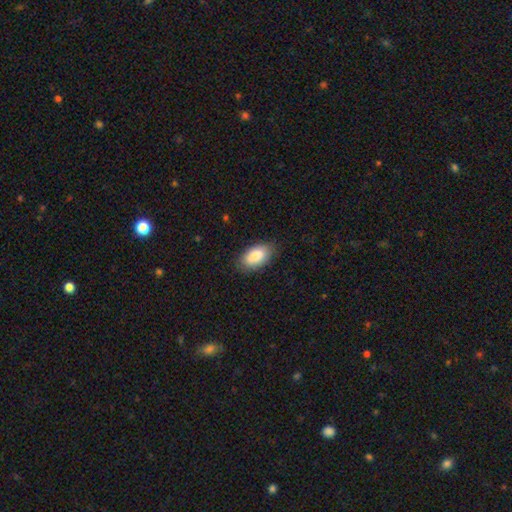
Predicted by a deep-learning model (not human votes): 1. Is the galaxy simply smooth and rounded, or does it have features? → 86% smooth, 8% featured or disk, 6% star or artifact.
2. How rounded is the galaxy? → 94% in between, 3% round, 3% cigar-shaped.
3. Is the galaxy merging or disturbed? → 82% none, 14% minor disturbance, 3% major disturbance, 1% merger.